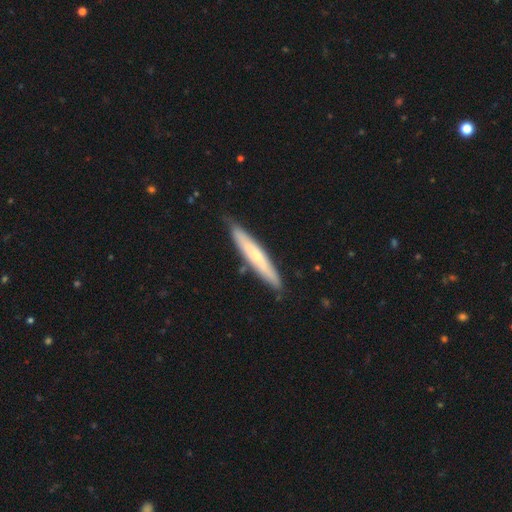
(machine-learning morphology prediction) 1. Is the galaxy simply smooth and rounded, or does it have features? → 54% smooth, 41% featured or disk, 6% star or artifact.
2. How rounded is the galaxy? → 93% cigar-shaped, 6% in between, 1% round.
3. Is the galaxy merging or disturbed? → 83% none, 13% minor disturbance, 2% merger, 2% major disturbance.